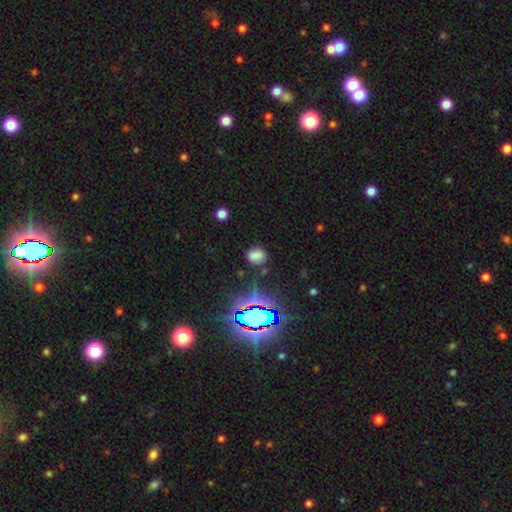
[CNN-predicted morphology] The model was most divided on "how rounded": in between: 56%, round: 42%, cigar-shaped: 2%. More confident: merging — none (75%); smooth or featured — smooth (68%).